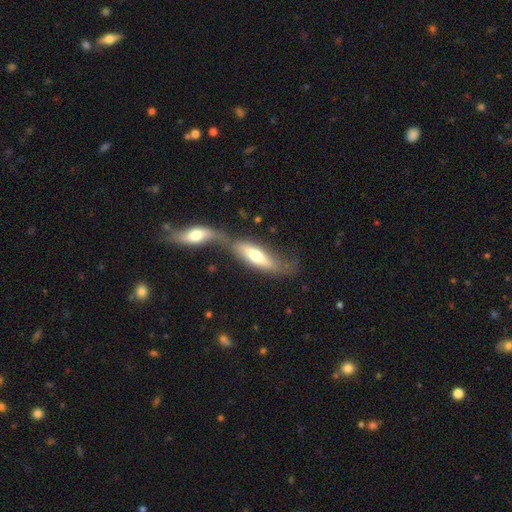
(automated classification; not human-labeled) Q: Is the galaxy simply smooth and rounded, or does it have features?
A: smooth — 52%.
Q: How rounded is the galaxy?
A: in between — 52%.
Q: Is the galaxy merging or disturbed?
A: merger — 62%.